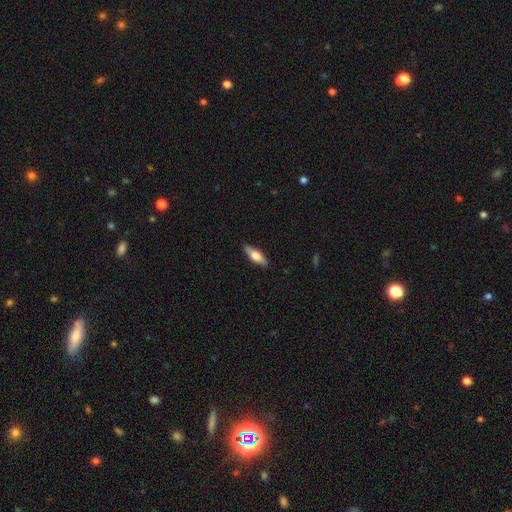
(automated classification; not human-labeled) A smooth galaxy with no disk features (64%) that is in between round and cigar-shaped (62%). Merging: none (87%).